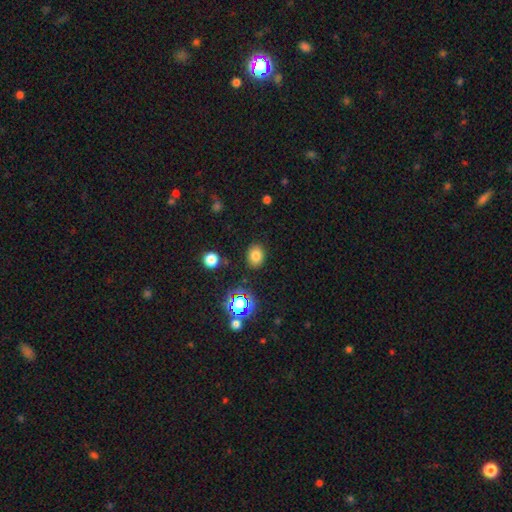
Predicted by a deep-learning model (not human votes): Smooth or featured: smooth — 76% (star or artifact — 17%)
How rounded: in between — 51% (round — 48%)
Merging: none — 86% (minor disturbance — 9%)